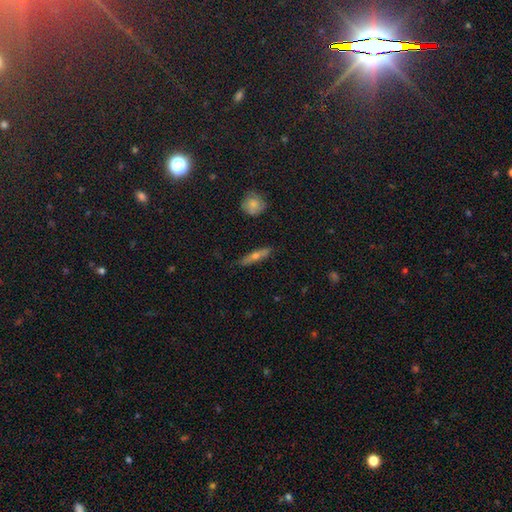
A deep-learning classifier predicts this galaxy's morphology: smooth 46%, featured or disk 45%, star or artifact 9%. Down the decision tree: merging — none (83%).